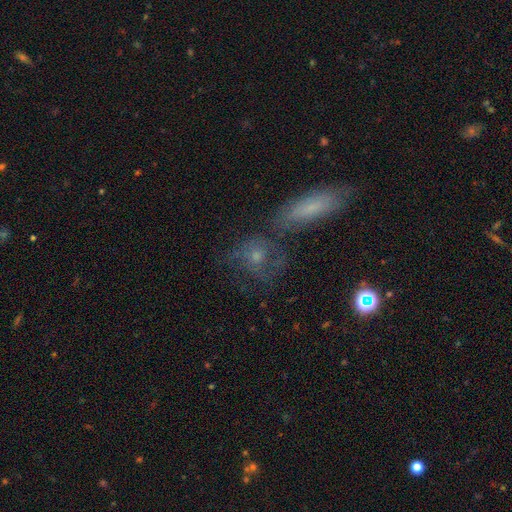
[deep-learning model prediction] The model was most divided on "smooth or featured": smooth: 45%, featured or disk: 40%, star or artifact: 15%. More confident: merging — none (50%).